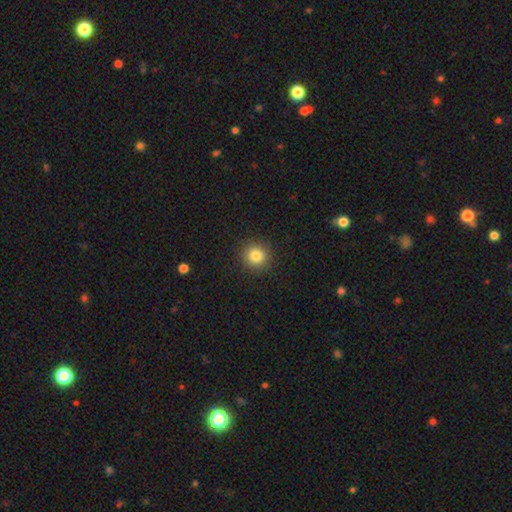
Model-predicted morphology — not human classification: Smooth or featured: smooth — 82% (star or artifact — 12%)
How rounded: round — 93% (in between — 6%)
Merging: none — 91% (minor disturbance — 6%)